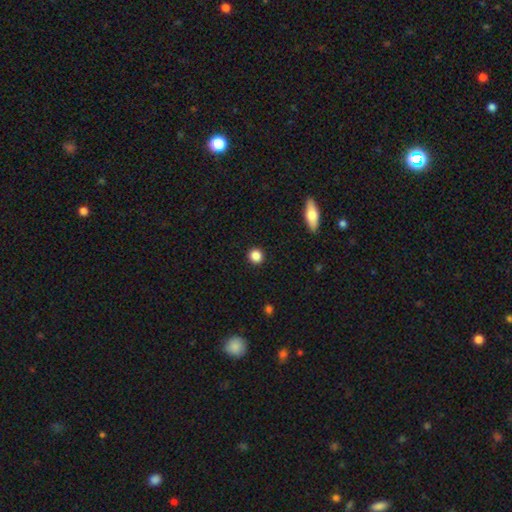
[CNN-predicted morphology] smooth 86%, star or artifact 10%, featured or disk 3%. Down the decision tree: how rounded — round (93%); merging — none (93%).